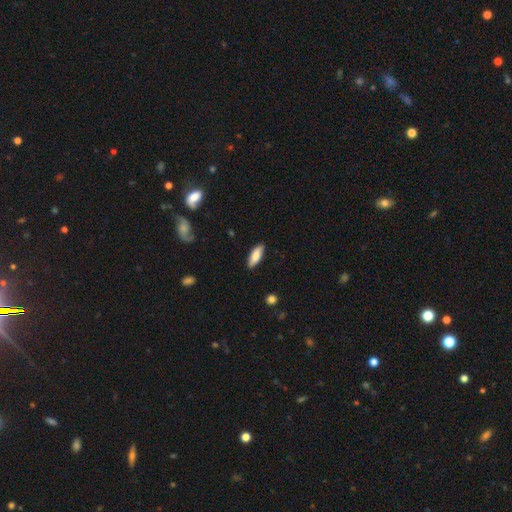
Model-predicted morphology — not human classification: smooth-or-featured: smooth: 81% | featured or disk: 13% | star or artifact: 6%
  how-rounded: in between: 66% | cigar-shaped: 32% | round: 2%
  merging: none: 86% | minor disturbance: 11% | major disturbance: 2% | merger: 1%